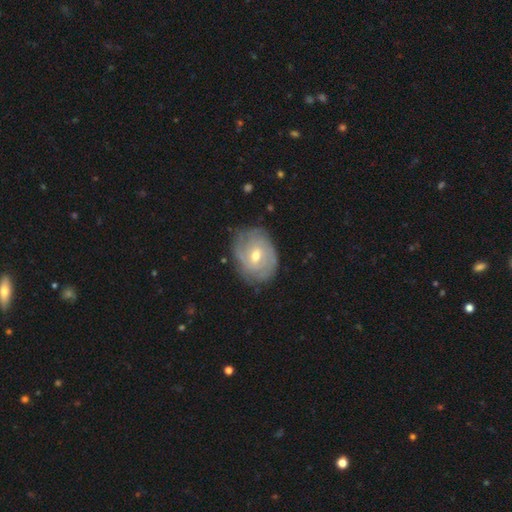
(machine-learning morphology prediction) A featured or disk galaxy (73%) with a weak bar (48%), tight (62%) spiral arms (85%) and a moderate central bulge (58%). Merging: none (74%).